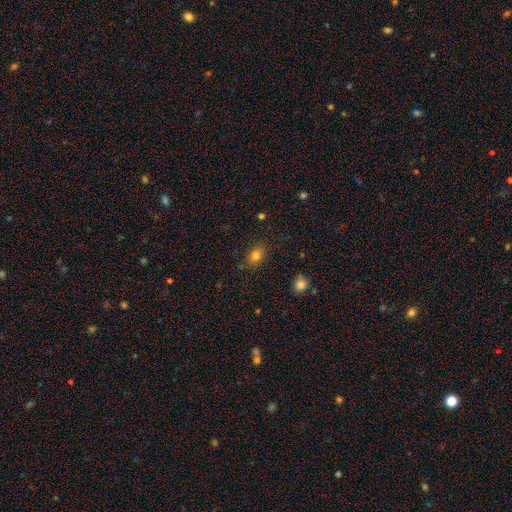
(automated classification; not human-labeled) smooth_or_featured: smooth (p=0.80) [alt: star or artifact p=0.12]
how_rounded: in between (p=0.59) [alt: round p=0.40]
merging: none (p=0.82) [alt: minor disturbance p=0.13]